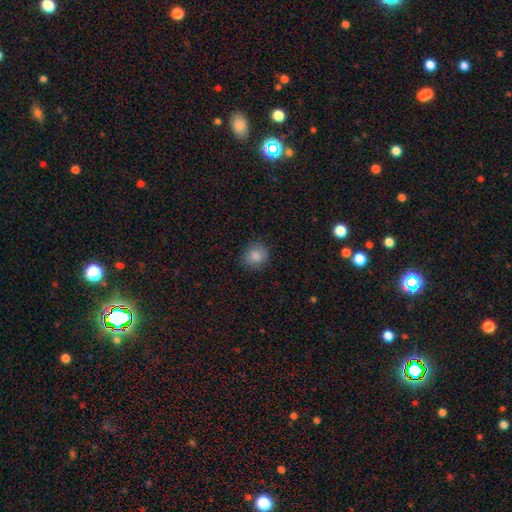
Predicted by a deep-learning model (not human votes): smooth-or-featured: smooth: 85% | star or artifact: 9% | featured or disk: 6%
  how-rounded: round: 85% | in between: 14% | cigar-shaped: 1%
  merging: none: 84% | minor disturbance: 12% | major disturbance: 3% | merger: 1%